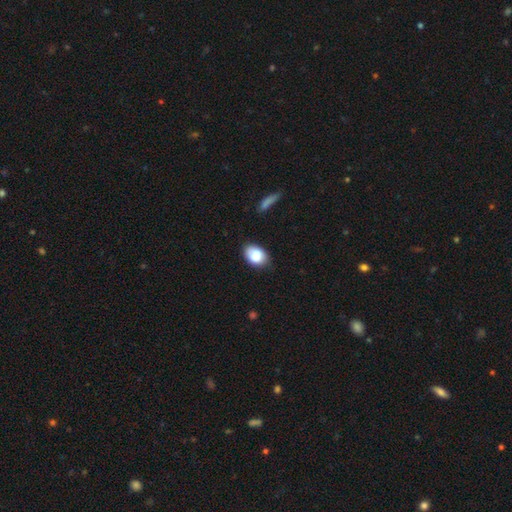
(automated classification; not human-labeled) smooth-or-featured: smooth: 84% | featured or disk: 8% | star or artifact: 8%
  how-rounded: in between: 81% | round: 18% | cigar-shaped: 1%
  merging: none: 71% | minor disturbance: 23% | major disturbance: 4% | merger: 2%